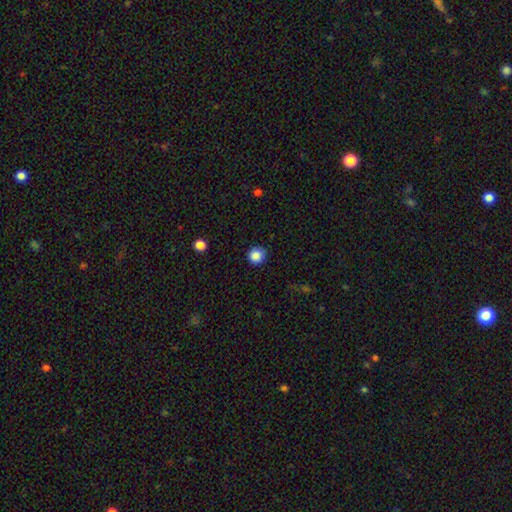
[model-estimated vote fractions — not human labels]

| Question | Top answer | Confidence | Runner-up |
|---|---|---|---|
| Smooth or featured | smooth | 87% | star or artifact (10%) |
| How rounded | round | 92% | in between (7%) |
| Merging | none | 85% | minor disturbance (12%) |